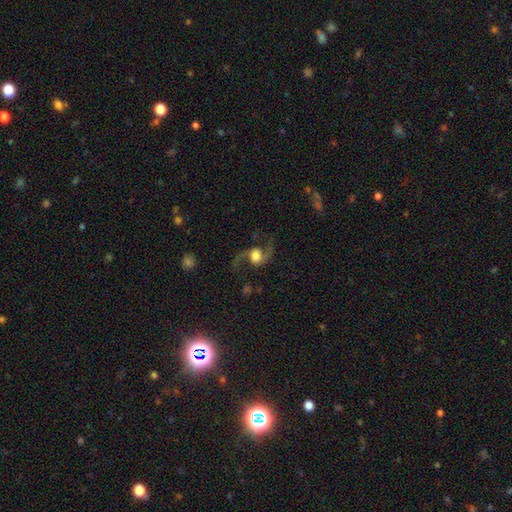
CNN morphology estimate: Smooth or featured: featured or disk — 85% (smooth — 9%)
Edge-on disk: no — 96% (yes — 4%)
Bar: no — 60% (weak — 30%)
Spiral arms: yes — 96% (no — 4%)
Spiral winding: loose — 82% (medium — 16%)
Spiral arm count: 2 — 94% (1 — 2%)
Bulge size: large — 49% (moderate — 29%)
Merging: none — 75% (minor disturbance — 12%)